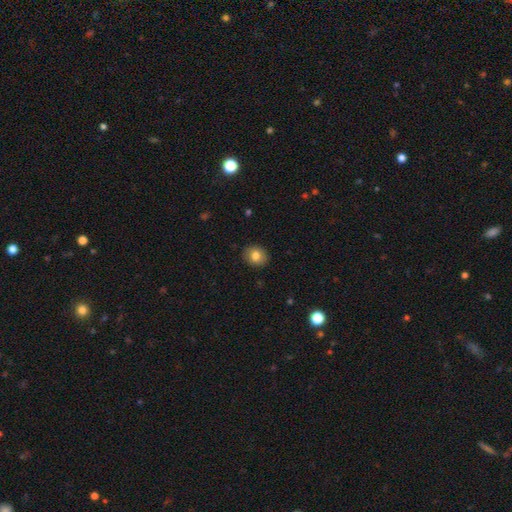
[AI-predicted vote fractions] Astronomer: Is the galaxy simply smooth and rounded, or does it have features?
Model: smooth — 80%.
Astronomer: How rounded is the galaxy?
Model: round — 58% (runner-up: in between, 41%).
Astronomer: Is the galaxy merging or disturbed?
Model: none — 90%.